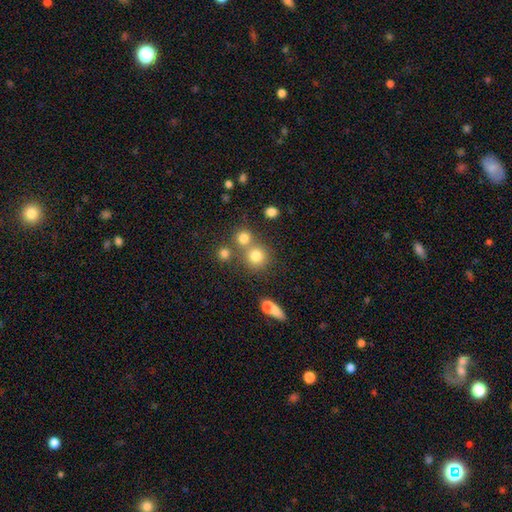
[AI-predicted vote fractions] A smooth galaxy with no disk features (77%) that is round (89%). Merging: none (62%).